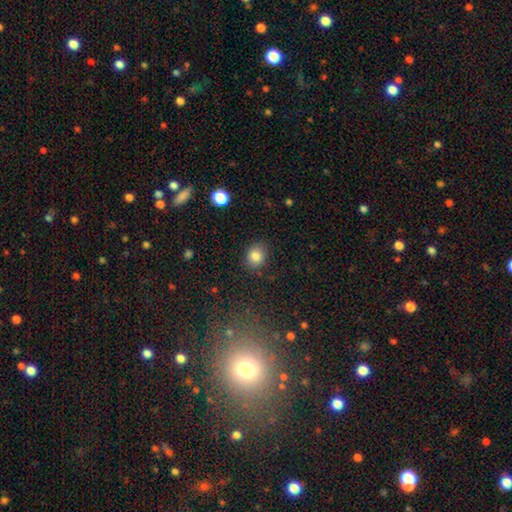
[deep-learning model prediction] Smooth or featured? smooth (83%)
How rounded? round (61%)
Merging? none (85%)